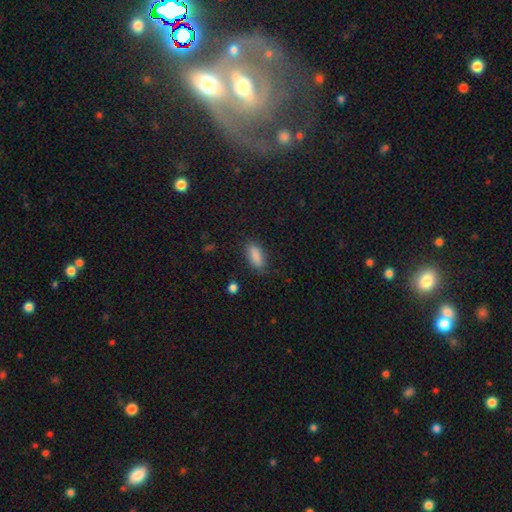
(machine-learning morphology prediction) Smooth or featured? Predicted: smooth (p=0.87). How rounded? Predicted: in between (p=0.82). Merging? Predicted: none (p=0.82).